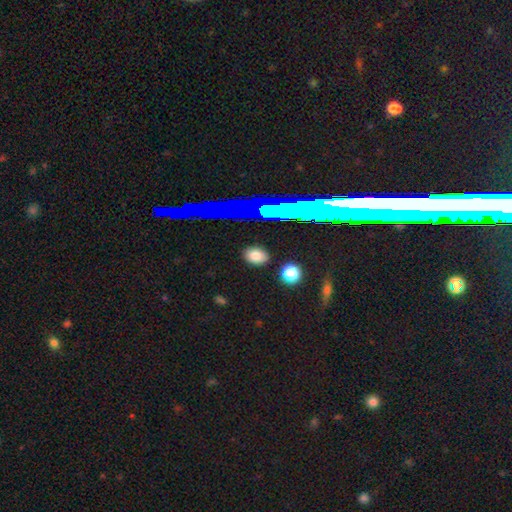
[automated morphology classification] type=smooth (78%); roundness=in between (60%); merging=none (86%).